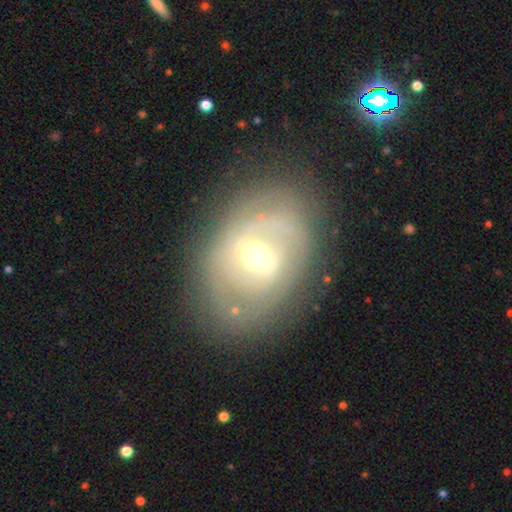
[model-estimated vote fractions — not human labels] A featured or disk galaxy (76%) with a weak bar (42%), spiral arms (61%) and a moderate central bulge (66%).

Vote fractions:
- Smooth or featured? featured or disk: 76% / smooth: 17% / star or artifact: 7%
- Edge-on disk? no: 94% / yes: 6%
- Bar? weak: 42% / strong: 40% / no: 17%
- Spiral arms? yes: 61% / no: 39%
- Bulge size? moderate: 66% / small: 23% / large: 8% / dominant: 1% / none: 1%
- Merging? none: 74% / minor disturbance: 16% / major disturbance: 8% / merger: 2%